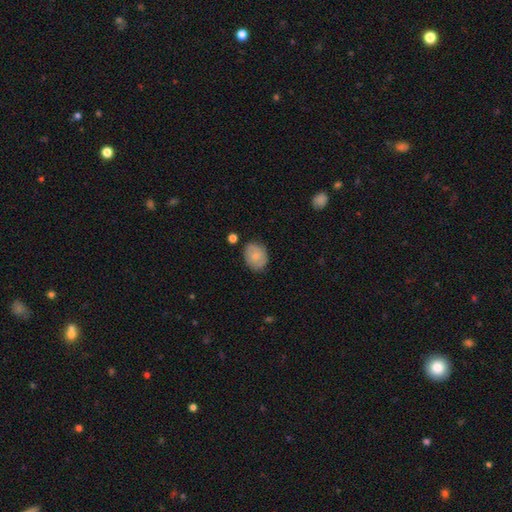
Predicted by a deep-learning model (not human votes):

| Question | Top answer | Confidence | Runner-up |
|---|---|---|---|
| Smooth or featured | smooth | 71% | featured or disk (22%) |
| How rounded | in between | 56% | round (43%) |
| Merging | none | 78% | minor disturbance (16%) |